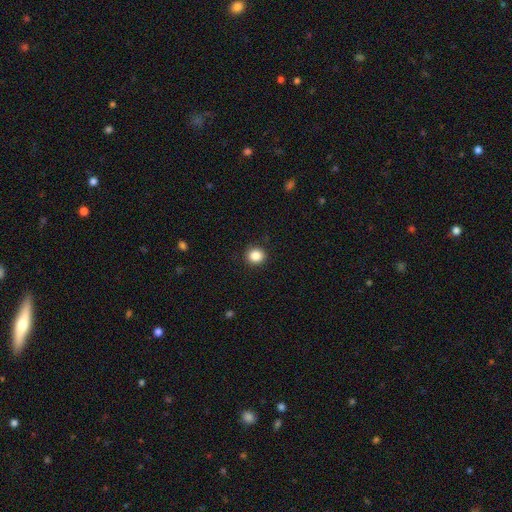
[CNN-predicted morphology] A smooth galaxy with no disk features (86%) that is round (91%).

Vote fractions:
- Smooth or featured? smooth: 86% / star or artifact: 10% / featured or disk: 4%
- How rounded? round: 91% / in between: 8% / cigar-shaped: 1%
- Merging? none: 92% / minor disturbance: 6% / major disturbance: 2% / merger: 1%